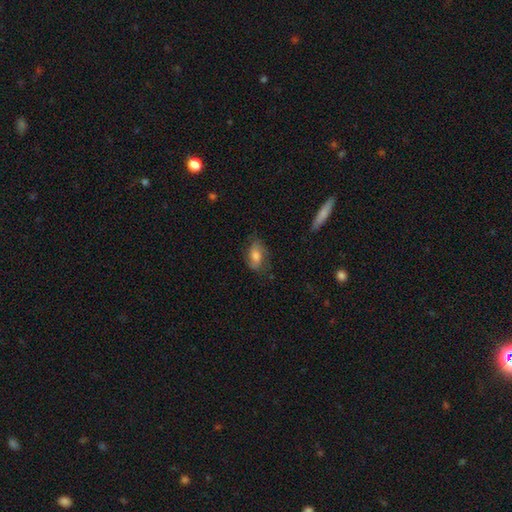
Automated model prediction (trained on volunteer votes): Smooth or featured: smooth — 53% (featured or disk — 39%)
How rounded: in between — 84% (round — 12%)
Merging: none — 63% (minor disturbance — 24%)